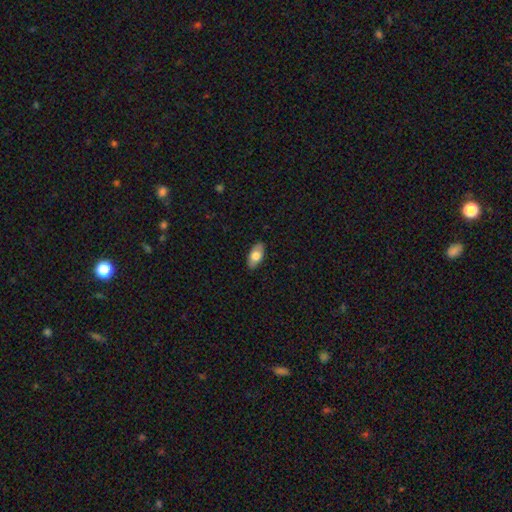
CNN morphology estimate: smooth 72%, featured or disk 22%, star or artifact 6%. Down the decision tree: how rounded — in between (93%); merging — none (88%).